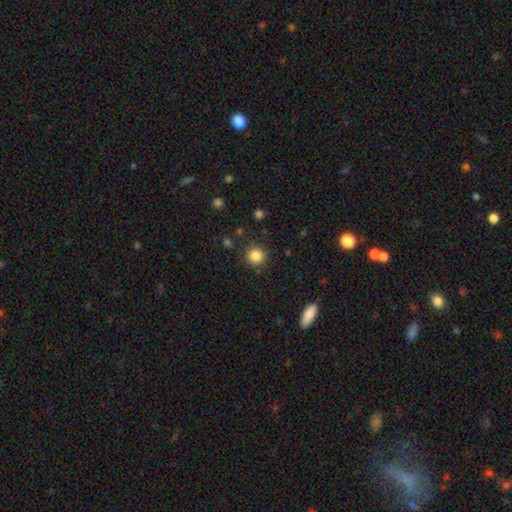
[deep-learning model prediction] Q: Smooth or featured?
A: smooth (85%); runner-up: star or artifact (11%)
Q: How rounded?
A: round (92%); runner-up: in between (7%)
Q: Merging?
A: none (87%); runner-up: minor disturbance (8%)